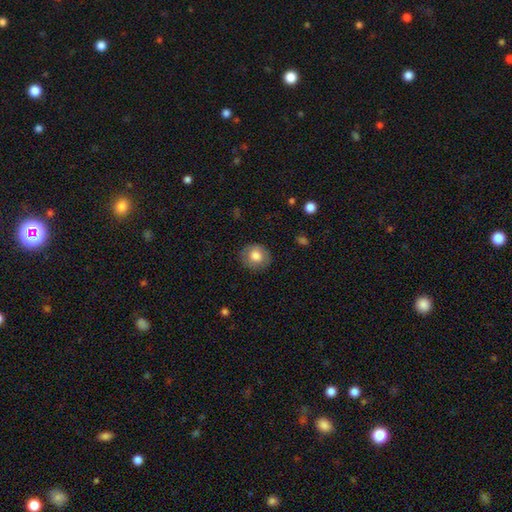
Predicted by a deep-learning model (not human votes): Smooth or featured? smooth (79%)
How rounded? round (84%)
Merging? none (85%)